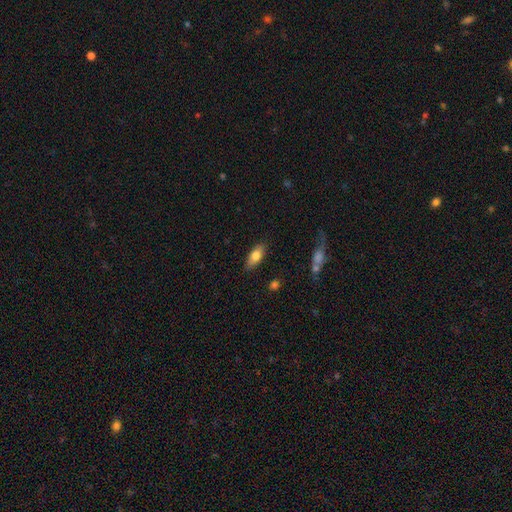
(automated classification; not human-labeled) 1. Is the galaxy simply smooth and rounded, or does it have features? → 75% smooth, 18% featured or disk, 7% star or artifact.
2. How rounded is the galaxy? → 79% in between, 18% cigar-shaped, 3% round.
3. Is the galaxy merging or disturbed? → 85% none, 11% minor disturbance, 2% major disturbance, 2% merger.